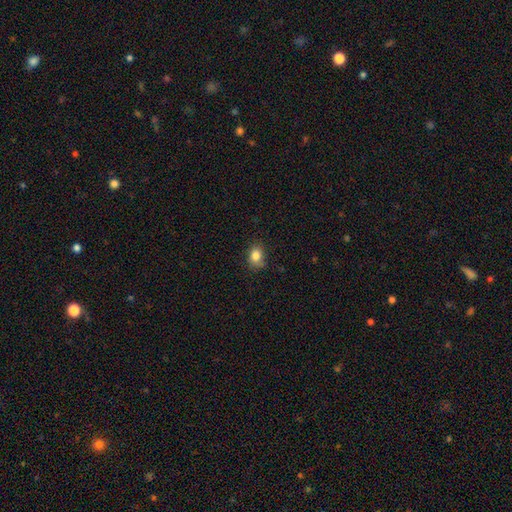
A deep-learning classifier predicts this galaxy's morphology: type=smooth (84%); roundness=in between (57%); merging=none (76%).